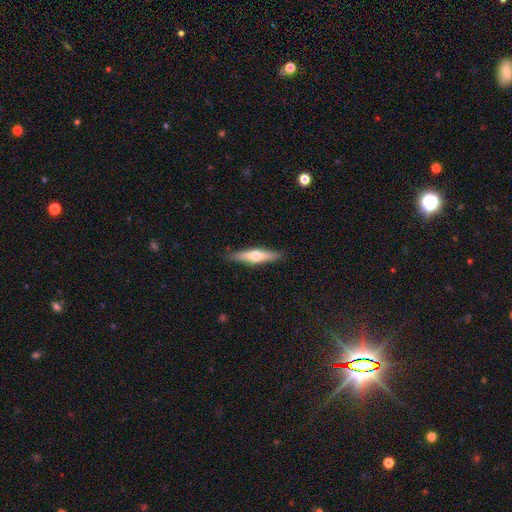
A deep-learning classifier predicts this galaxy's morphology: The model was most divided on "smooth or featured": featured or disk: 49%, smooth: 45%, star or artifact: 6%. More confident: merging — none (89%).